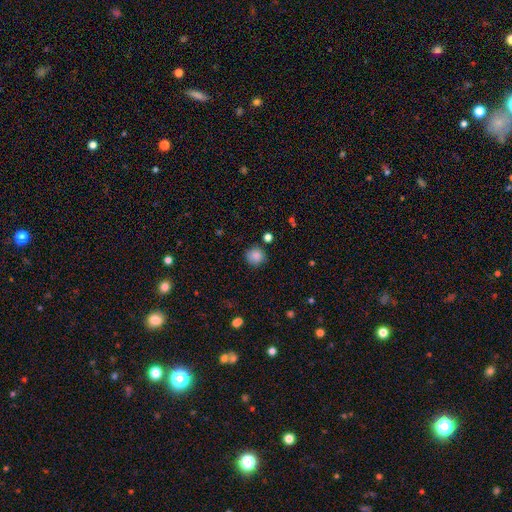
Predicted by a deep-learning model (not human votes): Smooth or featured: smooth — 86% (star or artifact — 10%)
How rounded: round — 92% (in between — 7%)
Merging: none — 84% (minor disturbance — 11%)